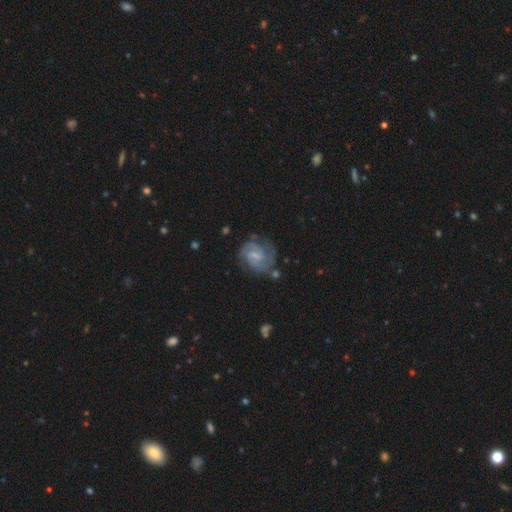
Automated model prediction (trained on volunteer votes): Overall: featured or disk (81%). Edge-on disk: no (98%). Bar: weak (59%; no 25%). Spiral arms: yes (95%). Spiral arm count: 2 (58%). Spiral winding: tight (49%; medium 41%). Bulge size: small (48%; moderate 25%). Merging: none (66%).